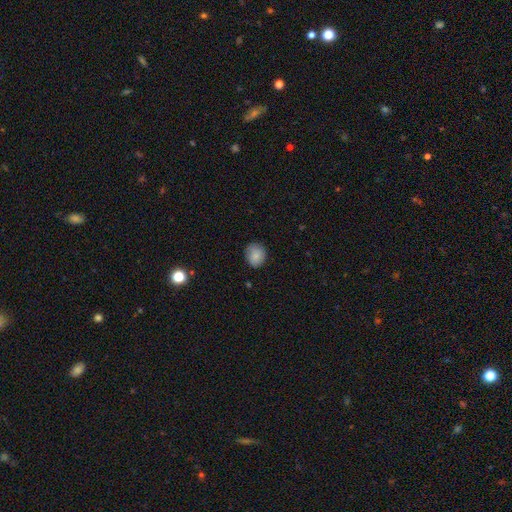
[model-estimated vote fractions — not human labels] Overall: smooth (85%). How rounded: round (66%; in between 33%). Merging: none (82%).